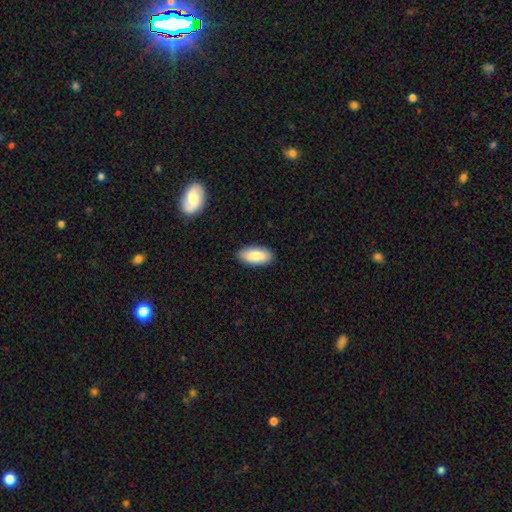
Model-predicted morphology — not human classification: Smooth or featured: smooth — 84% (featured or disk — 10%)
How rounded: in between — 92% (cigar-shaped — 6%)
Merging: none — 88% (minor disturbance — 9%)